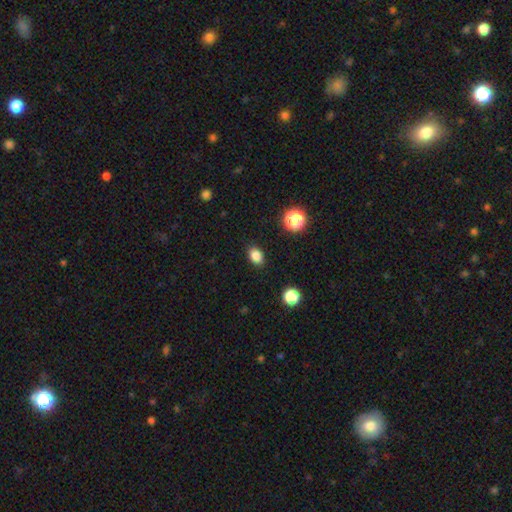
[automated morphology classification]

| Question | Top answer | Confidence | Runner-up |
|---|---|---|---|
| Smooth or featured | smooth | 85% | star or artifact (11%) |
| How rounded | in between | 74% | round (25%) |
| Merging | none | 89% | minor disturbance (8%) |